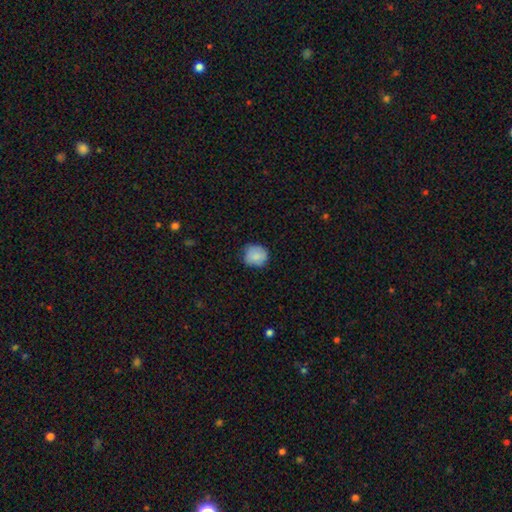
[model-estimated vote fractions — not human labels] Smooth or featured: smooth — 85% (star or artifact — 8%)
How rounded: round — 82% (in between — 17%)
Merging: none — 75% (minor disturbance — 20%)